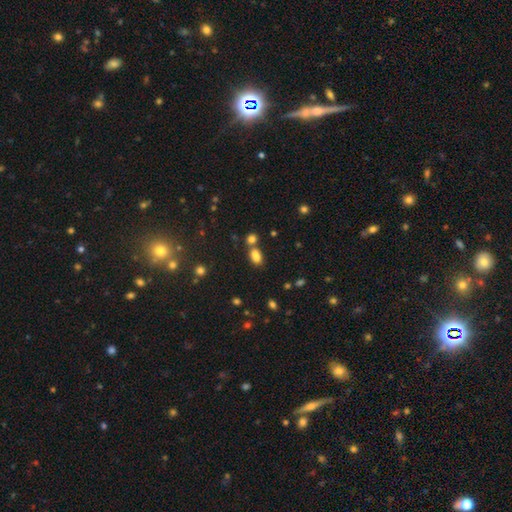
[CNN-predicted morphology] This appears to be a smooth galaxy with no disk features (79%) that is in between round and cigar-shaped (84%). Merging: none (50%).